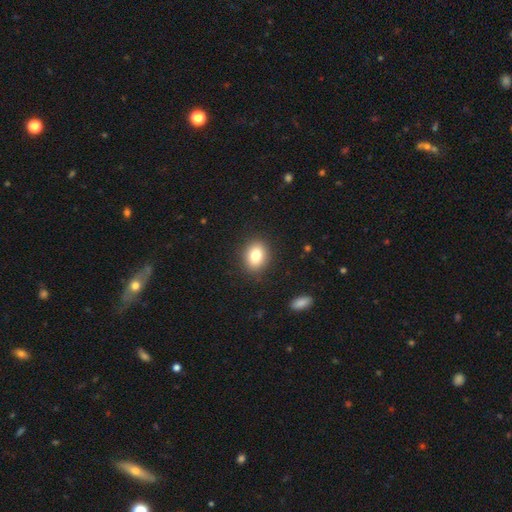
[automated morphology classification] smooth_or_featured: smooth (p=0.81) [alt: star or artifact p=0.10]
how_rounded: in between (p=0.53) [alt: round p=0.46]
merging: none (p=0.89) [alt: minor disturbance p=0.08]